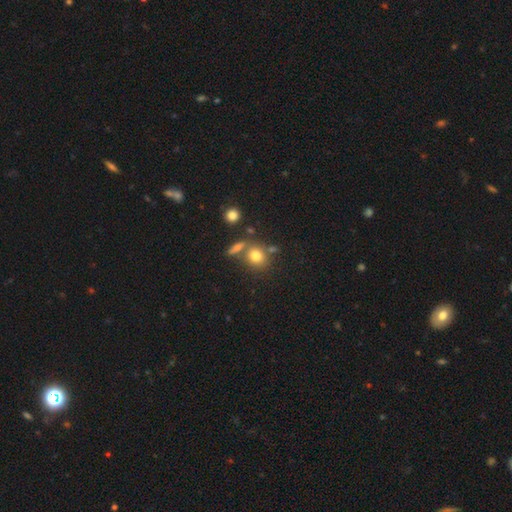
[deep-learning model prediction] A smooth galaxy with no disk features (76%) that is round (75%). Merging: none (64%).